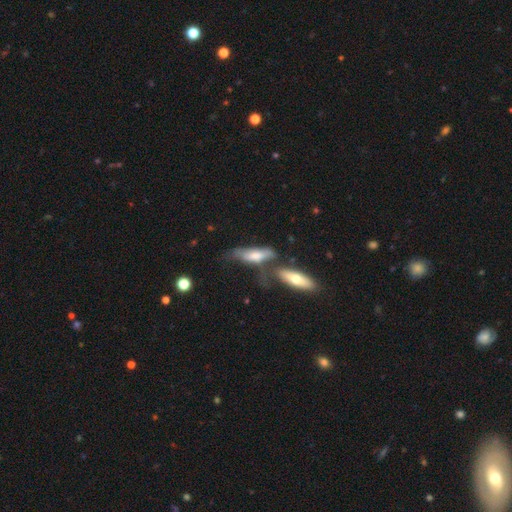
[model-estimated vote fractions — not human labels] This is likely a smooth galaxy (60%). How rounded: possibly in between (56%). Merging: marginally merger (37%).